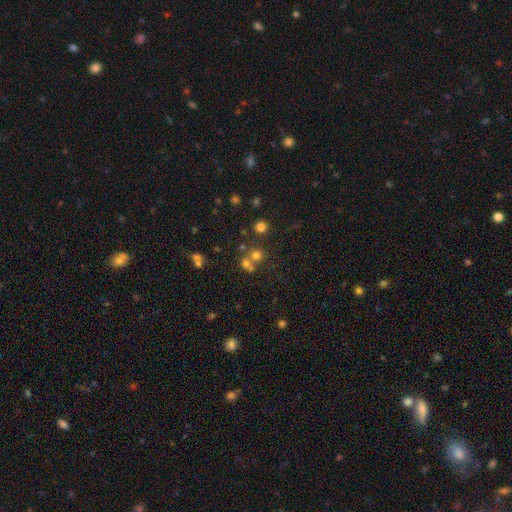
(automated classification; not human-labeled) Morphology: type=smooth (64%); roundness=round (84%); merging=none (51%).